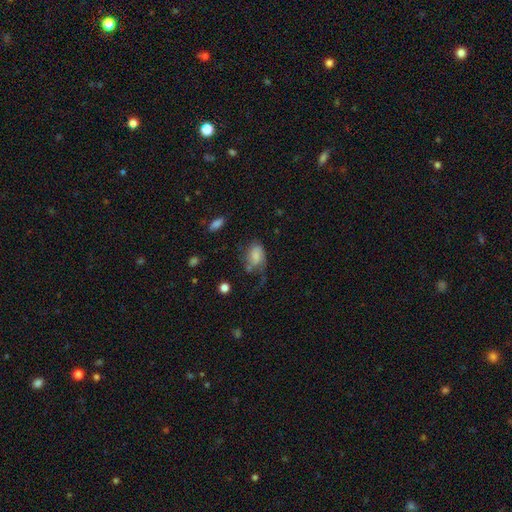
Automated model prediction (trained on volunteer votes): Morphology: type=smooth (72%); roundness=in between (84%); merging=none (37%).